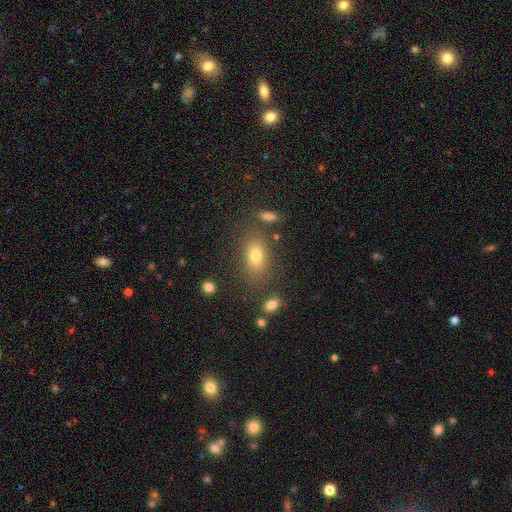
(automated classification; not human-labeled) Smooth or featured: smooth — 75% (star or artifact — 12%)
How rounded: in between — 83% (round — 13%)
Merging: none — 77% (minor disturbance — 12%)